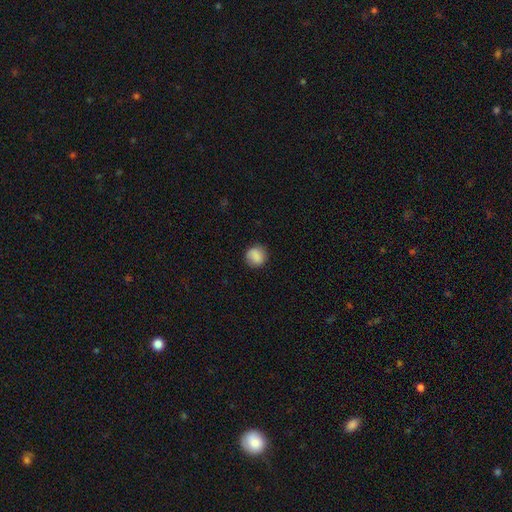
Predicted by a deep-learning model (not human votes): This appears to be a smooth galaxy with no disk features (85%) that is round (86%). Merging: none (86%).